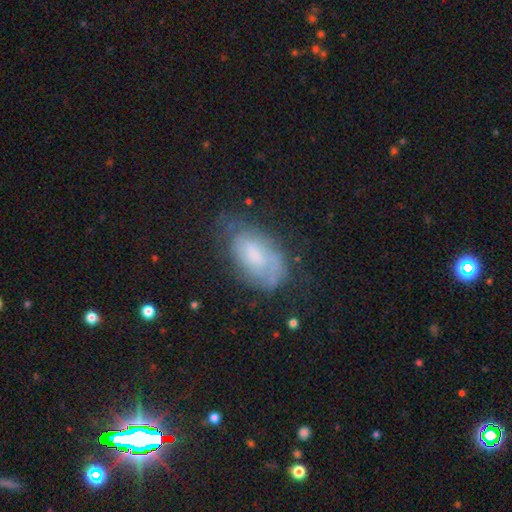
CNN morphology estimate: smooth_or_featured: smooth (p=0.49) [alt: featured or disk p=0.42]
merging: none (p=0.54) [alt: minor disturbance p=0.29]